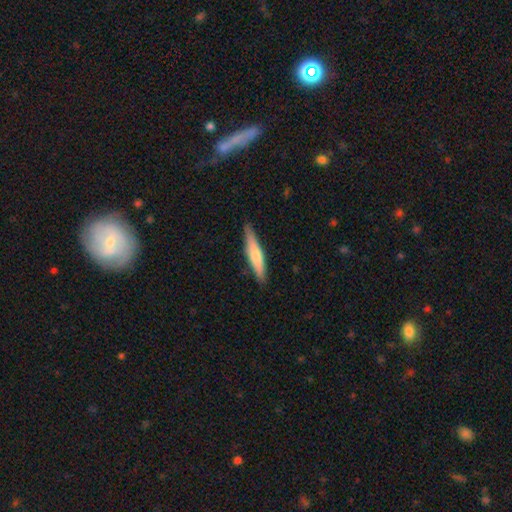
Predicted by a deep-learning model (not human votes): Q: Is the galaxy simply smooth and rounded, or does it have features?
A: smooth — 61%.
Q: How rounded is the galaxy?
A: cigar-shaped — 87%.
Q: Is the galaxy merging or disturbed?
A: none — 85%.